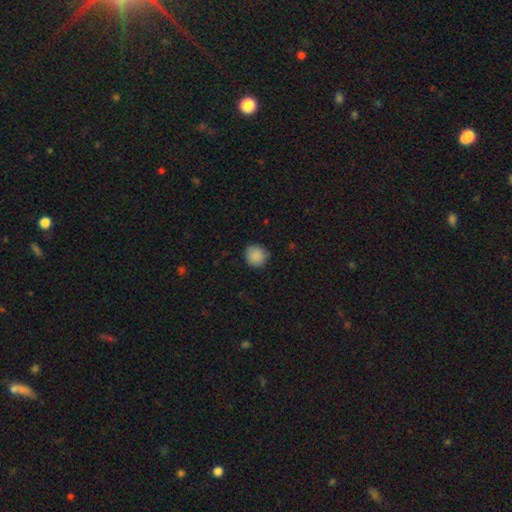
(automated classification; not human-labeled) Overall: smooth (89%). How rounded: round (93%). Merging: none (85%).